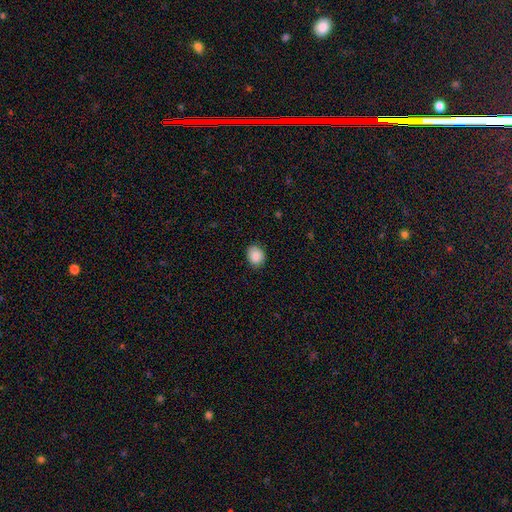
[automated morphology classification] type=smooth (87%); roundness=round (57%); merging=none (85%).